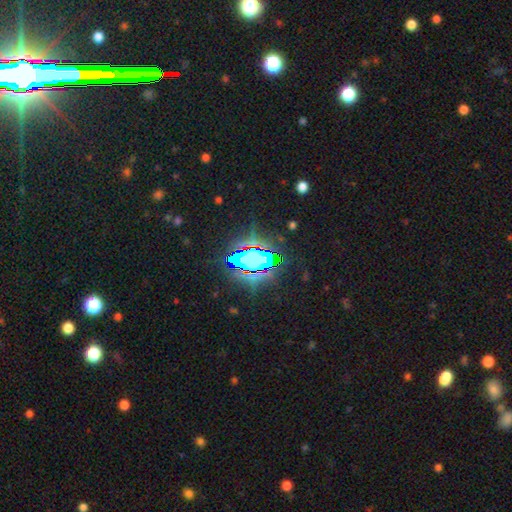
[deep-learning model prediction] A star or artifact, not a galaxy (76%).

Vote fractions:
- Smooth or featured? star or artifact: 76% / smooth: 13% / featured or disk: 11%